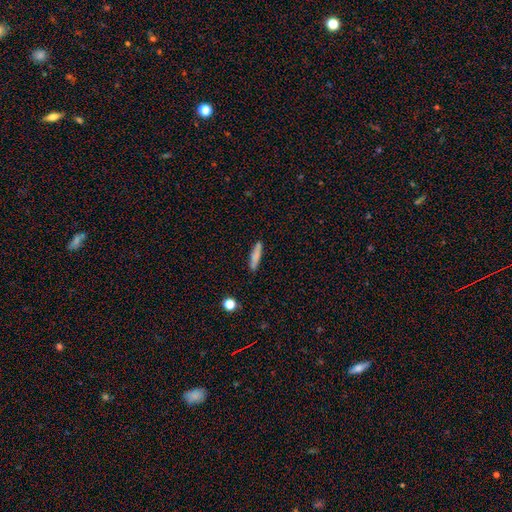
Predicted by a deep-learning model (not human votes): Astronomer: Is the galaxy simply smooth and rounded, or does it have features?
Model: smooth — 79%.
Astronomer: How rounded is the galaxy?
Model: cigar-shaped — 85%.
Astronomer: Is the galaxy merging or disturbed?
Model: none — 84%.